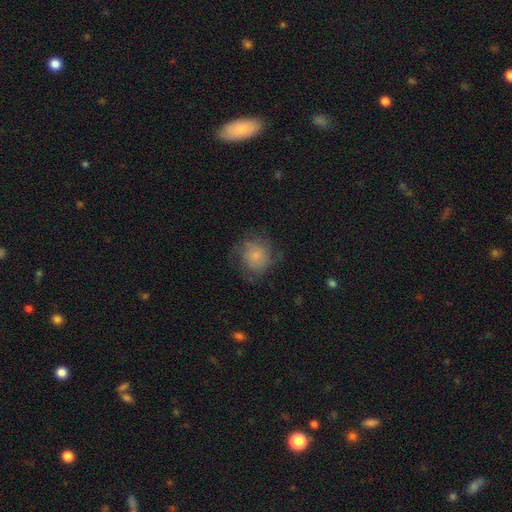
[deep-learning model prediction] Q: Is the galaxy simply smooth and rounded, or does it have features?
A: smooth — 62%.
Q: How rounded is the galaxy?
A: round — 86%.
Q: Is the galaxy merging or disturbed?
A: none — 64%.